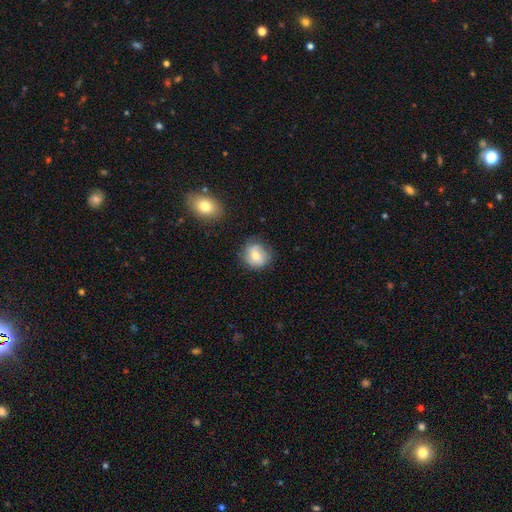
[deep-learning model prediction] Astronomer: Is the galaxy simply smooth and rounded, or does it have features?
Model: smooth — 64%.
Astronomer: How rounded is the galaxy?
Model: round — 82%.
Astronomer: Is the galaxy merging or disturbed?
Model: none — 78%.